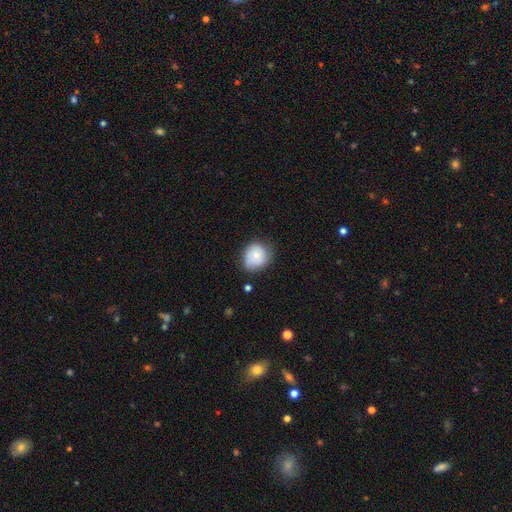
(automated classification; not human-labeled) Q: Smooth or featured?
A: smooth (67%); runner-up: featured or disk (25%)
Q: How rounded?
A: round (76%); runner-up: in between (23%)
Q: Merging?
A: none (61%); runner-up: minor disturbance (29%)